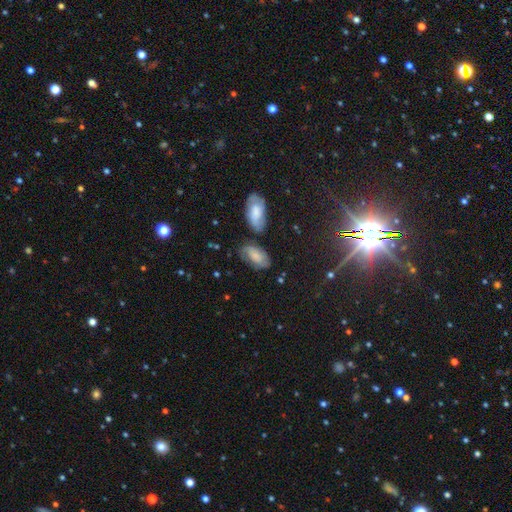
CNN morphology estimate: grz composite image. It shows a smooth galaxy with no disk features (53%) that is in between round and cigar-shaped (91%). Merging: none (55%).